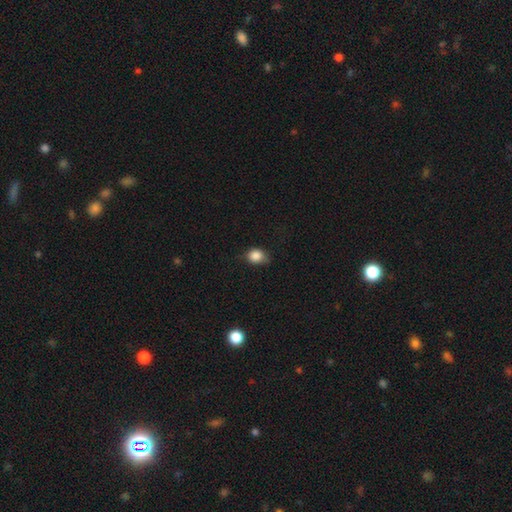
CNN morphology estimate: smooth 86%, star or artifact 9%, featured or disk 5%. Down the decision tree: how rounded — round (57%); merging — none (63%).